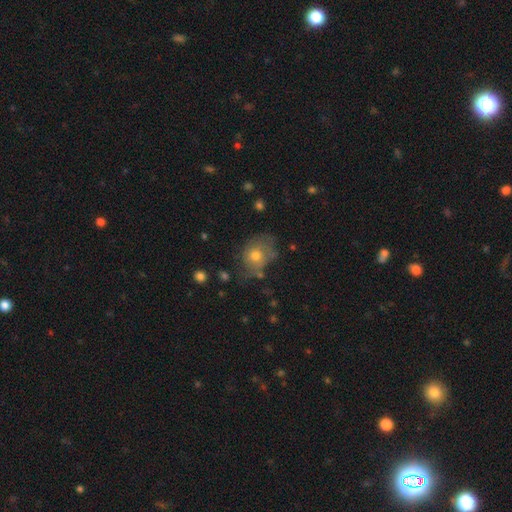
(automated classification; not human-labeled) This is likely a smooth galaxy (63%). How rounded: possibly in between (50%). Merging: possibly none (50%).